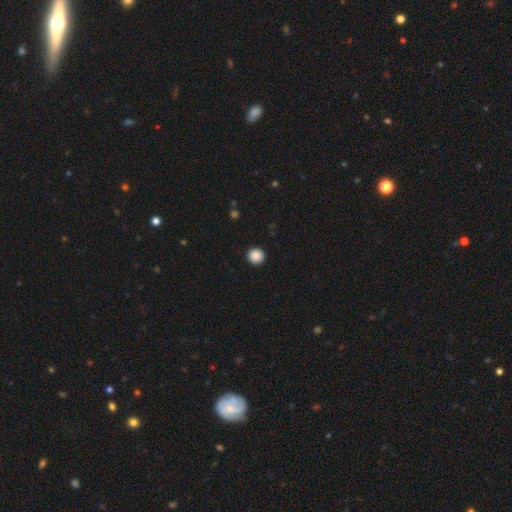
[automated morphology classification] type=smooth (89%); roundness=round (92%); merging=none (93%).